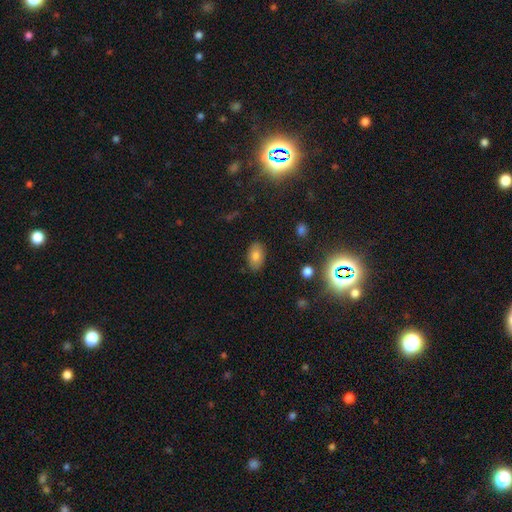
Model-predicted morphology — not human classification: Q: Smooth or featured?
A: smooth (79%); runner-up: featured or disk (11%)
Q: How rounded?
A: in between (90%); runner-up: round (8%)
Q: Merging?
A: none (85%); runner-up: minor disturbance (11%)